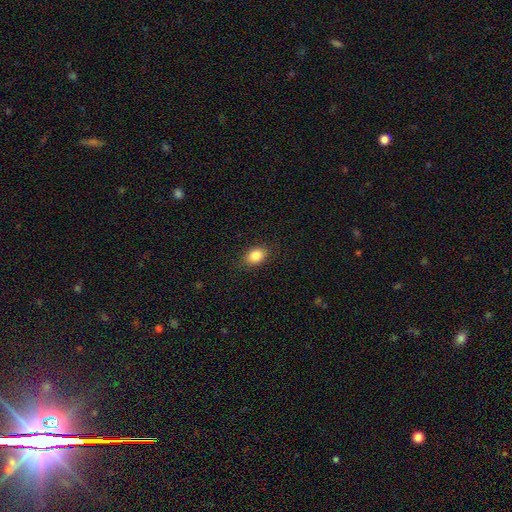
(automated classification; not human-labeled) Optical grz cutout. It shows a smooth galaxy with no disk features (85%) that is in between round and cigar-shaped (75%). Merging: none (87%).